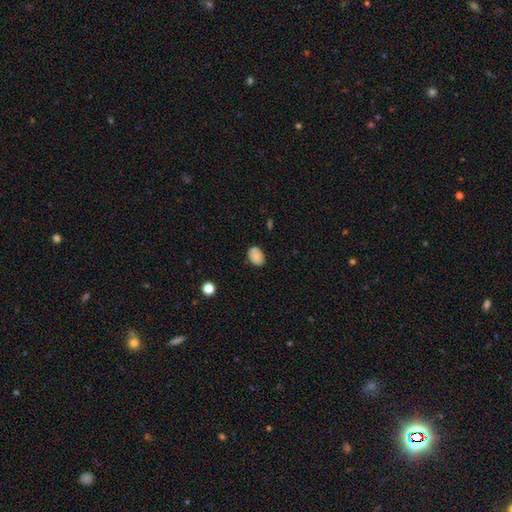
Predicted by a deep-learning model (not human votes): Smooth or featured? Predicted: smooth (p=0.80). How rounded? Predicted: in between (p=0.74). Merging? Predicted: none (p=0.73).